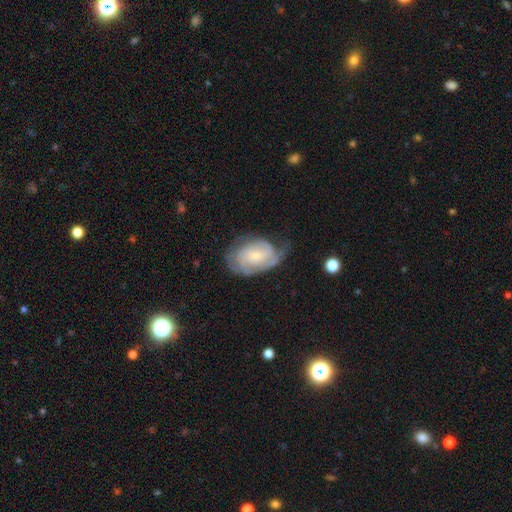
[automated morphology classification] smooth_or_featured: featured or disk (p=0.70) [alt: smooth p=0.24]
disk_edge_on: no (p=0.97) [alt: yes p=0.03]
bar: no (p=0.57) [alt: weak p=0.36]
has_spiral_arms: yes (p=0.88) [alt: no p=0.12]
spiral_winding: tight (p=0.56) [alt: medium p=0.32]
spiral_arm_count: 2 (p=0.37) [alt: can't tell p=0.36]
bulge_size: small (p=0.64) [alt: moderate p=0.27]
merging: none (p=0.49) [alt: minor disturbance p=0.31]